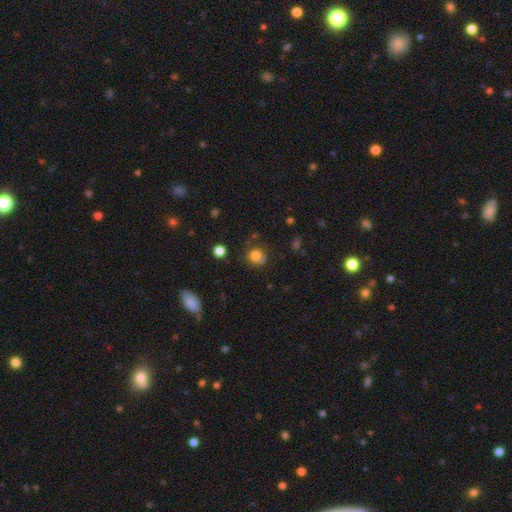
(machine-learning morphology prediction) smooth_or_featured: smooth (p=0.77) [alt: star or artifact p=0.13]
how_rounded: round (p=0.83) [alt: in between p=0.16]
merging: none (p=0.63) [alt: minor disturbance p=0.18]